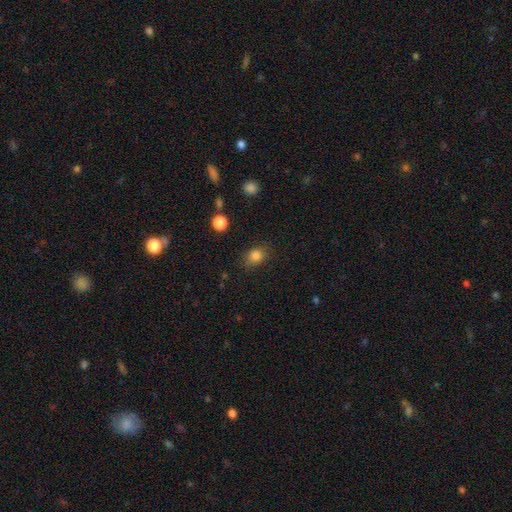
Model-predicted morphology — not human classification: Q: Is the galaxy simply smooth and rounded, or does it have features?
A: smooth — 83%.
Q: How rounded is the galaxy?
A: in between — 50%.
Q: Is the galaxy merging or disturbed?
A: none — 77%.